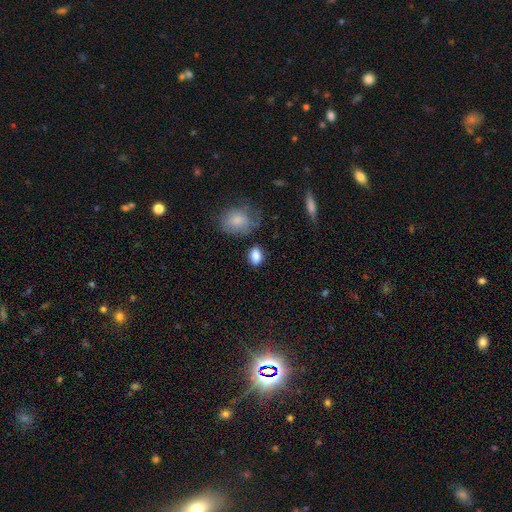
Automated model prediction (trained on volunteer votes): smooth-or-featured: smooth: 87% | star or artifact: 8% | featured or disk: 5%
  how-rounded: in between: 77% | round: 21% | cigar-shaped: 2%
  merging: none: 76% | minor disturbance: 15% | merger: 5% | major disturbance: 4%